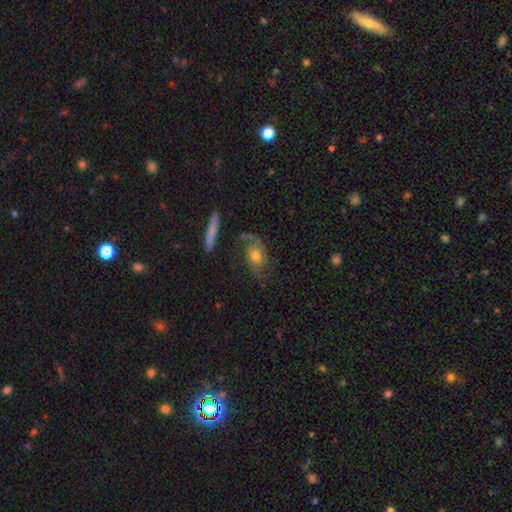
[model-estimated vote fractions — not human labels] Smooth or featured? Predicted: featured or disk (p=0.72). Edge-on disk? Predicted: no (p=0.93). Bar? Predicted: no (p=0.71). Spiral arms? Predicted: yes (p=0.90). Spiral winding? Predicted: medium (p=0.43). Spiral arm count? Predicted: 2 (p=0.67). Bulge size? Predicted: moderate (p=0.58). Merging? Predicted: none (p=0.54).